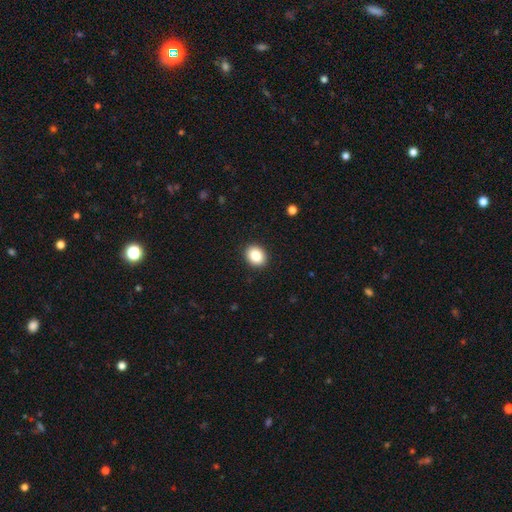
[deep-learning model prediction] The model was most divided on "how rounded": round: 51%, in between: 48%, cigar-shaped: 1%. More confident: merging — none (92%); smooth or featured — smooth (85%).